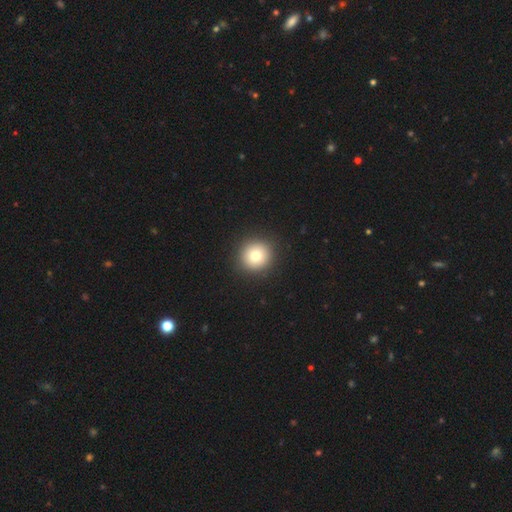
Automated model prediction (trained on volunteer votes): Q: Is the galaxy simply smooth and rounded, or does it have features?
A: smooth — 78%.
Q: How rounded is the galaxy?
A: round — 94%.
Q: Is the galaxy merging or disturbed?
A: none — 92%.